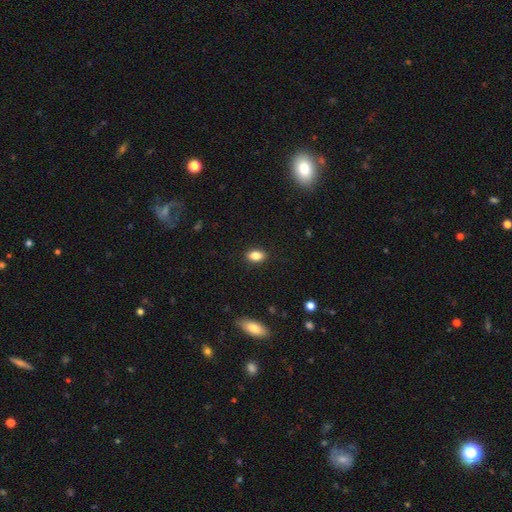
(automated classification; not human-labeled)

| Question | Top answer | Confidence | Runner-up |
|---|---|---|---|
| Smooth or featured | smooth | 85% | star or artifact (9%) |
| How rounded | in between | 85% | round (12%) |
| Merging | none | 89% | minor disturbance (8%) |